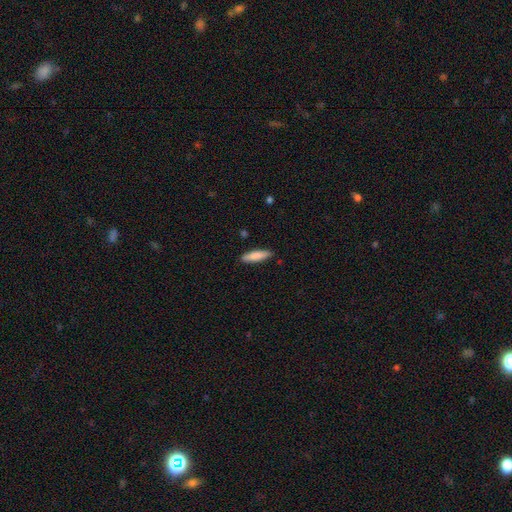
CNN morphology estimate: Smooth or featured: smooth — 83% (featured or disk — 11%)
How rounded: cigar-shaped — 71% (in between — 28%)
Merging: none — 87% (minor disturbance — 10%)